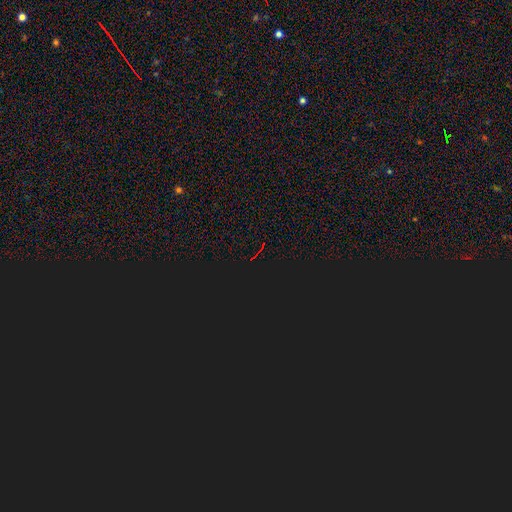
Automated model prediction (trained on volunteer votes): Smooth or featured? Predicted: star or artifact (p=0.83).